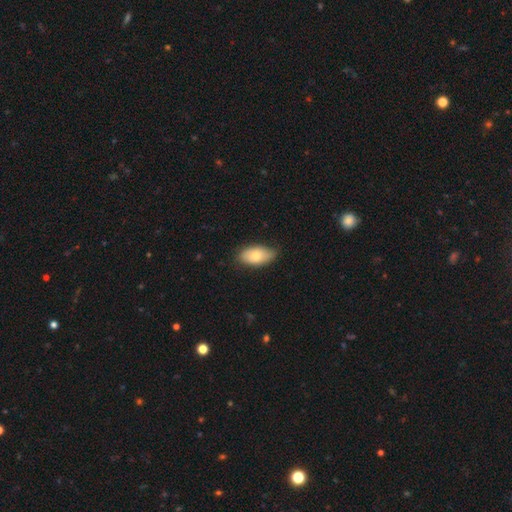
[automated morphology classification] Overall: smooth (77%). How rounded: in between (93%). Merging: none (74%).